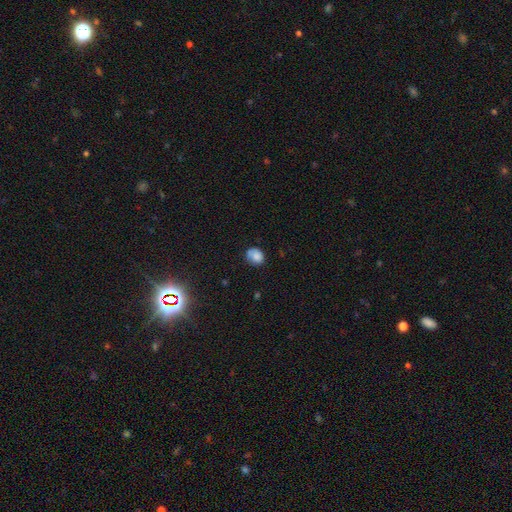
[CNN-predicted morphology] smooth 78%, featured or disk 11%, star or artifact 11%. Down the decision tree: how rounded — round (63%); merging — none (59%).